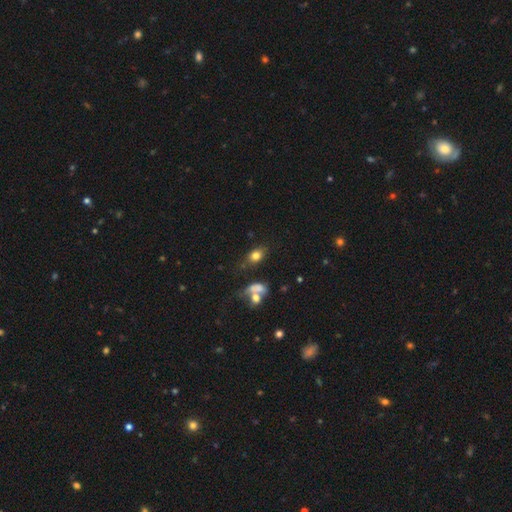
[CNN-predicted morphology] smooth_or_featured: smooth (p=0.77) [alt: star or artifact p=0.12]
how_rounded: in between (p=0.70) [alt: round p=0.26]
merging: none (p=0.63) [alt: minor disturbance p=0.19]